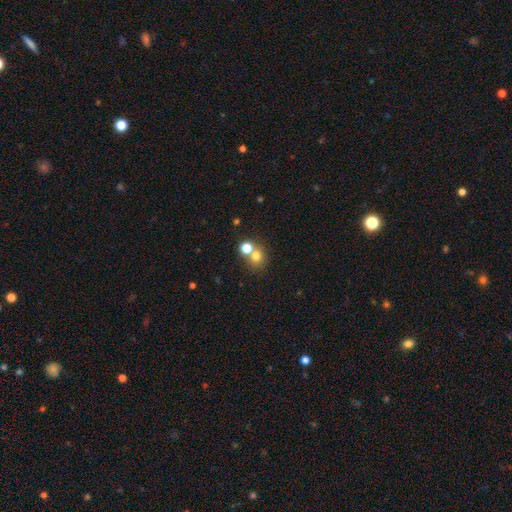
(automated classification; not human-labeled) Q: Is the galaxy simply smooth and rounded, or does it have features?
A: smooth — 73%.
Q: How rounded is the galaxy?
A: round — 82%.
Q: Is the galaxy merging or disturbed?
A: none — 50%.